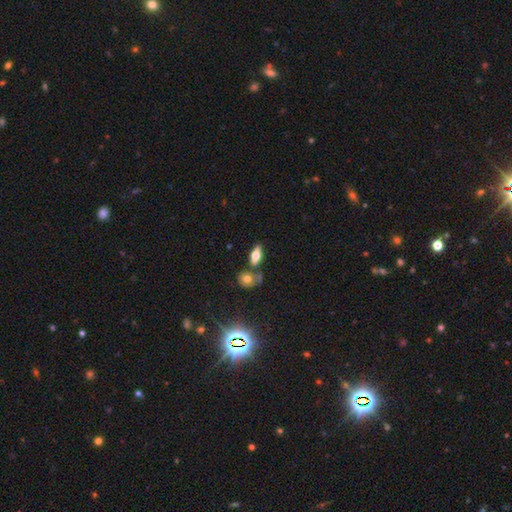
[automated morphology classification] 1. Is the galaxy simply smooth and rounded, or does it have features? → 58% smooth, 33% featured or disk, 10% star or artifact.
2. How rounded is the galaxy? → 78% in between, 17% cigar-shaped, 5% round.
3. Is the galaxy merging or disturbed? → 66% none, 19% merger, 12% minor disturbance, 4% major disturbance.